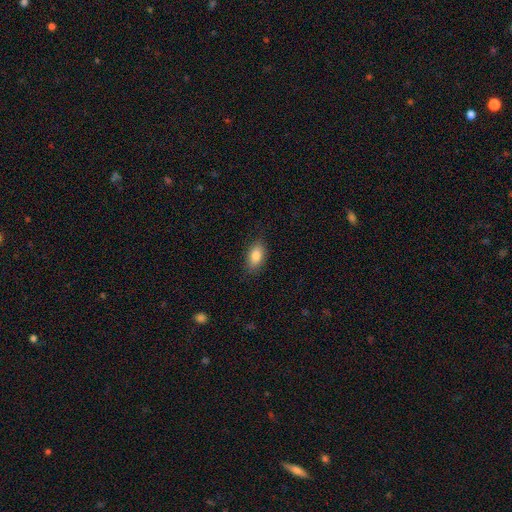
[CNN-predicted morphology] The model was most divided on "merging": none: 83%, minor disturbance: 13%, major disturbance: 3%, merger: 1%. More confident: how rounded — in between (89%); smooth or featured — smooth (83%).